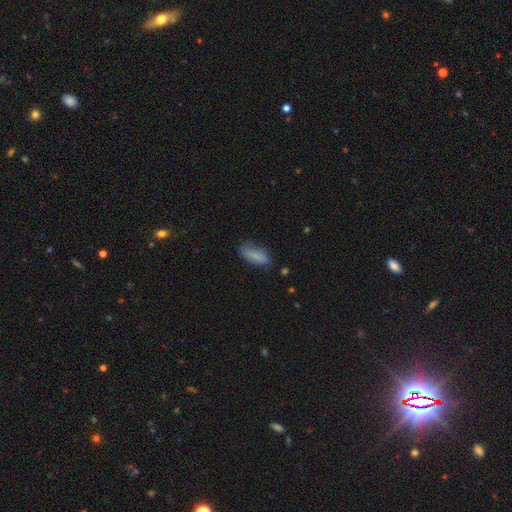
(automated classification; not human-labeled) smooth 82%, featured or disk 10%, star or artifact 7%. Down the decision tree: how rounded — in between (68%); merging — none (69%).